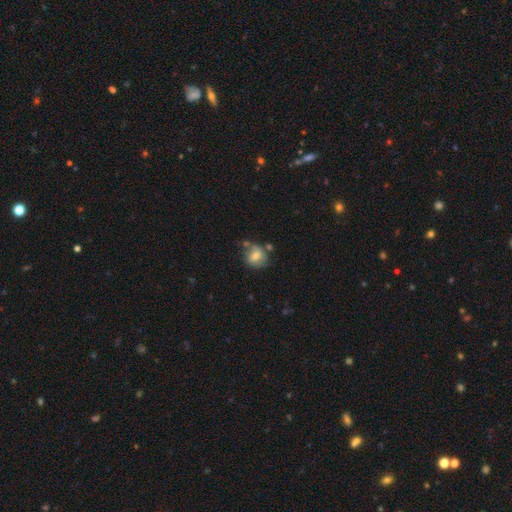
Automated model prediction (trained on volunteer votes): Smooth or featured?
  - smooth: 68% *
  - featured or disk: 22%
  - star or artifact: 10%
How rounded?
  - round: 74% *
  - in between: 25%
  - cigar-shaped: 1%
Merging?
  - none: 59% *
  - minor disturbance: 22%
  - merger: 12%
  - major disturbance: 7%